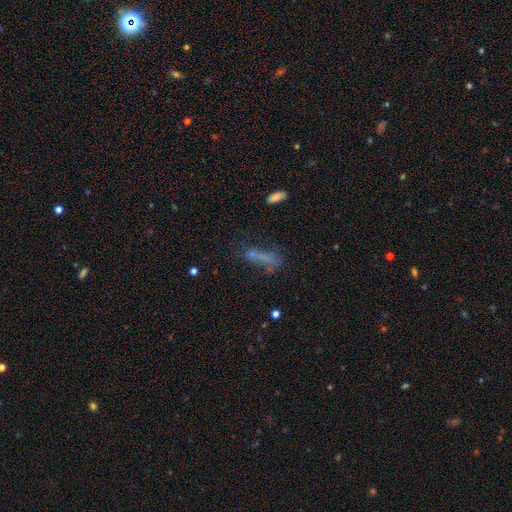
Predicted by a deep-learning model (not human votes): Q: Smooth or featured?
A: smooth (51%); runner-up: star or artifact (25%)
Q: How rounded?
A: cigar-shaped (59%); runner-up: in between (35%)
Q: Merging?
A: none (45%); runner-up: major disturbance (21%)